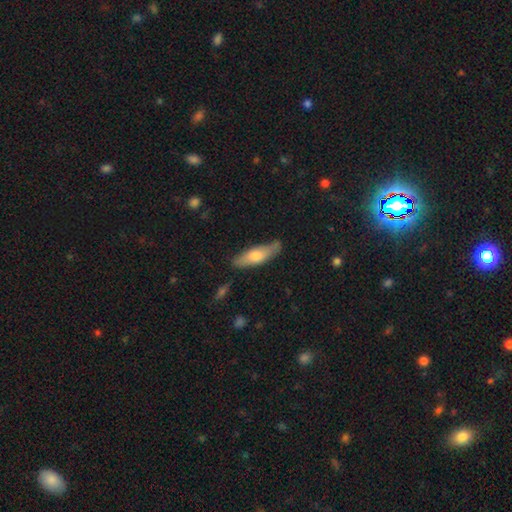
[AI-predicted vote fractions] This appears to be a smooth galaxy with no disk features (60%) that is cigar-shaped (54%). Merging: none (77%).